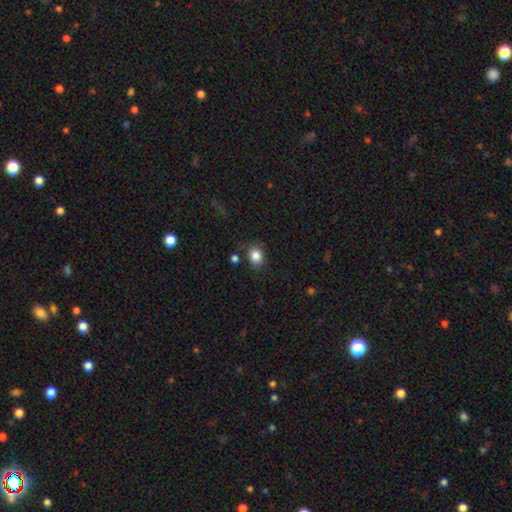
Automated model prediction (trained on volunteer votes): Smooth or featured: smooth — 85% (star or artifact — 10%)
How rounded: round — 54% (in between — 45%)
Merging: none — 81% (minor disturbance — 12%)